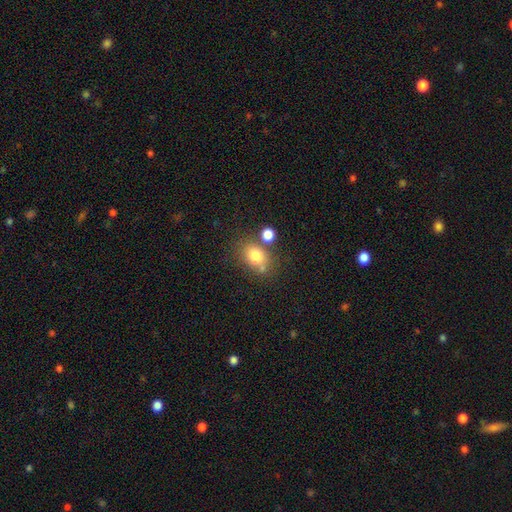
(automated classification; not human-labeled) Smooth or featured?
  - smooth: 77% *
  - featured or disk: 12%
  - star or artifact: 12%
How rounded?
  - in between: 59% *
  - round: 40%
  - cigar-shaped: 1%
Merging?
  - none: 58% *
  - merger: 20%
  - minor disturbance: 16%
  - major disturbance: 6%